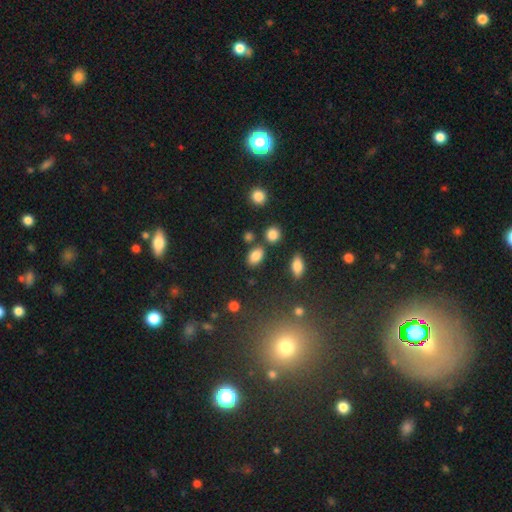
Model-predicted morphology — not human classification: The model was most divided on "merging": none: 77%, minor disturbance: 12%, merger: 8%, major disturbance: 3%. More confident: how rounded — in between (84%); smooth or featured — smooth (83%).